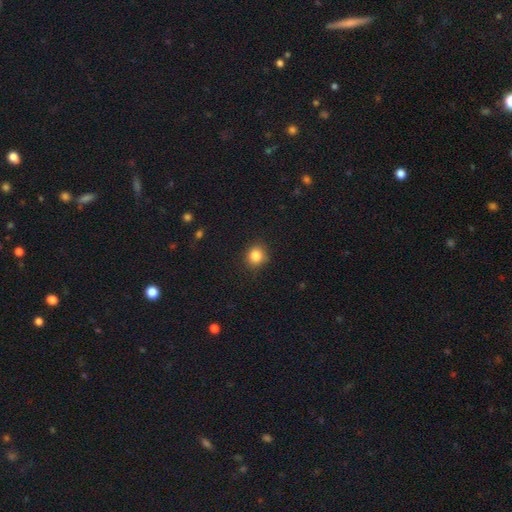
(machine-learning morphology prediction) This appears to be a smooth galaxy with no disk features (85%) that is round (82%). Merging: none (86%).